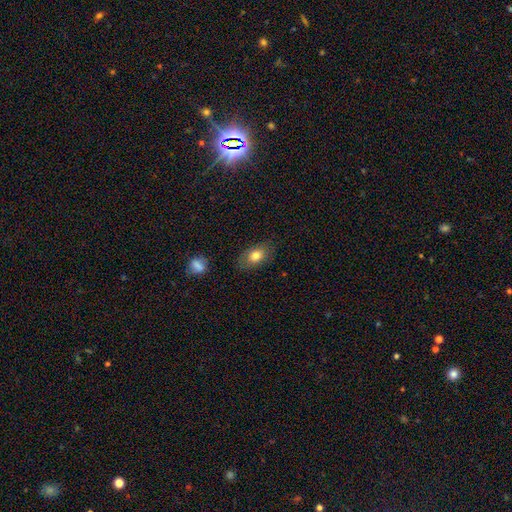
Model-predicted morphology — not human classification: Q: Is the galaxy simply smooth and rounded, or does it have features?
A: smooth — 78%.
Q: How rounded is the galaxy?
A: in between — 83%.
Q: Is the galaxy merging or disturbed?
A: none — 79%.